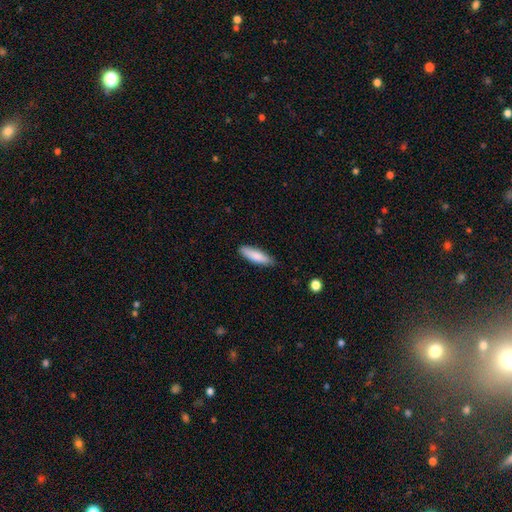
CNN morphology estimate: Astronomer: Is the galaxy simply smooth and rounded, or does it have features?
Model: smooth — 85%.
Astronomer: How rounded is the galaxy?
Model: cigar-shaped — 60% (runner-up: in between, 38%).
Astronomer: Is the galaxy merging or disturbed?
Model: none — 81%.